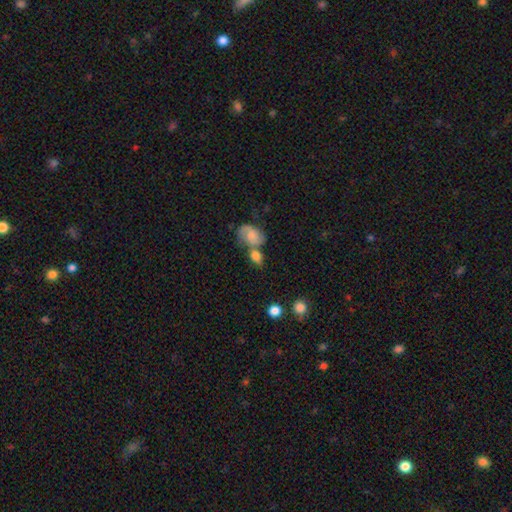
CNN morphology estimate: Smooth or featured: smooth — 70% (featured or disk — 21%)
How rounded: in between — 69% (round — 29%)
Merging: merger — 48% (none — 35%)